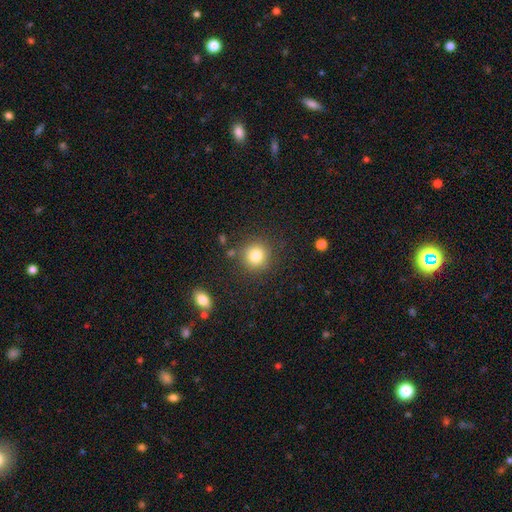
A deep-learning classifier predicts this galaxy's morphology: smooth-or-featured: smooth: 82% | star or artifact: 11% | featured or disk: 7%
  how-rounded: round: 91% | in between: 8% | cigar-shaped: 1%
  merging: none: 85% | minor disturbance: 9% | merger: 3% | major disturbance: 3%